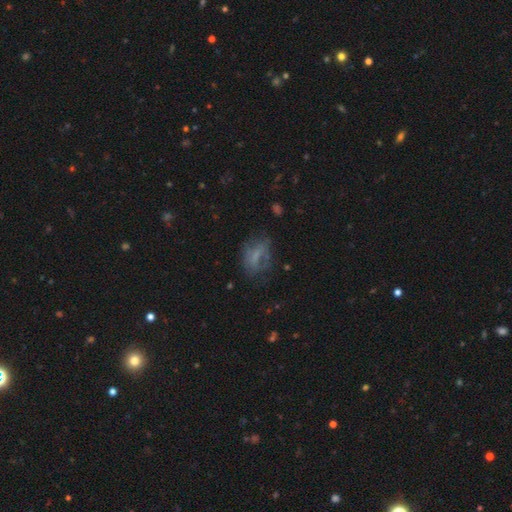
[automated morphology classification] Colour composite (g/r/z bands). It shows a smooth galaxy with no disk features (48%). Merging: none (47%).